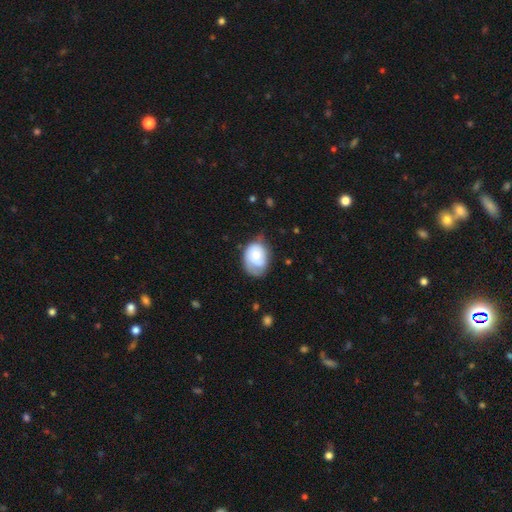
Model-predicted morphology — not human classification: A smooth galaxy with no disk features (58%) that is in between round and cigar-shaped (69%).

Vote fractions:
- Smooth or featured? smooth: 58% / featured or disk: 35% / star or artifact: 7%
- How rounded? in between: 69% / round: 30% / cigar-shaped: 1%
- Merging? none: 47% / minor disturbance: 35% / major disturbance: 16% / merger: 2%